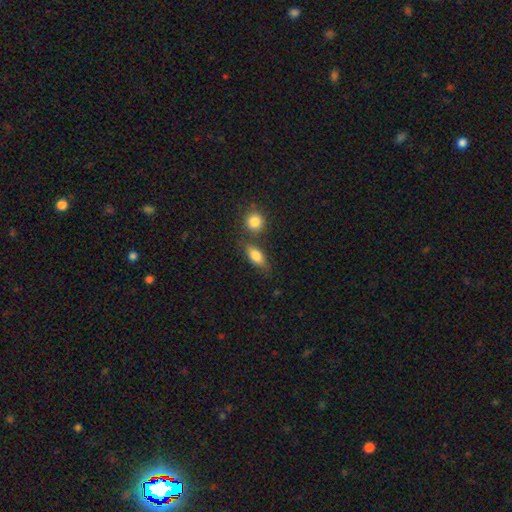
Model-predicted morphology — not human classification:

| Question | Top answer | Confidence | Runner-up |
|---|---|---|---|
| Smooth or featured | smooth | 80% | featured or disk (12%) |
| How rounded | in between | 80% | cigar-shaped (11%) |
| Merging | none | 62% | merger (17%) |